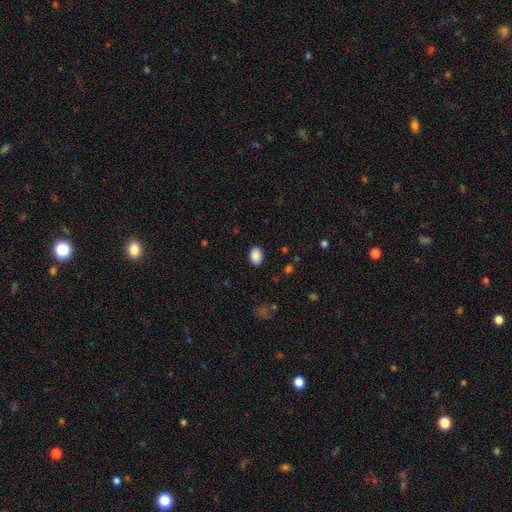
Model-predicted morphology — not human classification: This appears to be a smooth galaxy with no disk features (89%) that is in between round and cigar-shaped (83%). Merging: none (88%).